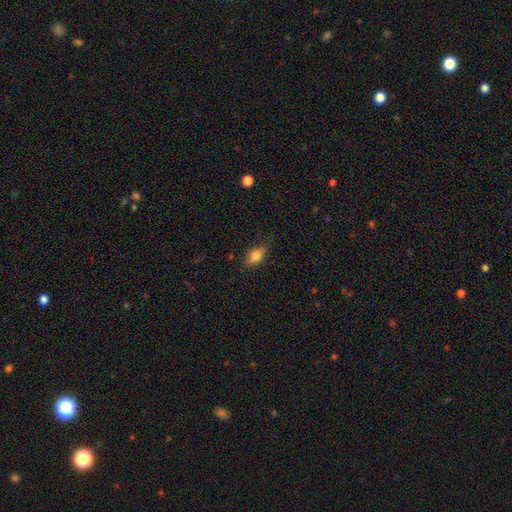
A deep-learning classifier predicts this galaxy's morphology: Overall: smooth (77%). How rounded: in between (84%). Merging: none (77%).